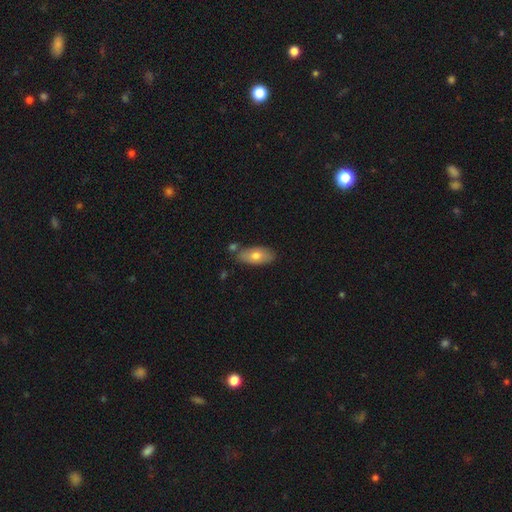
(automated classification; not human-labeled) A smooth galaxy with no disk features (71%) that is in between round and cigar-shaped (88%).

Vote fractions:
- Smooth or featured? smooth: 71% / featured or disk: 22% / star or artifact: 6%
- How rounded? in between: 88% / cigar-shaped: 9% / round: 3%
- Merging? none: 73% / minor disturbance: 15% / merger: 9% / major disturbance: 3%